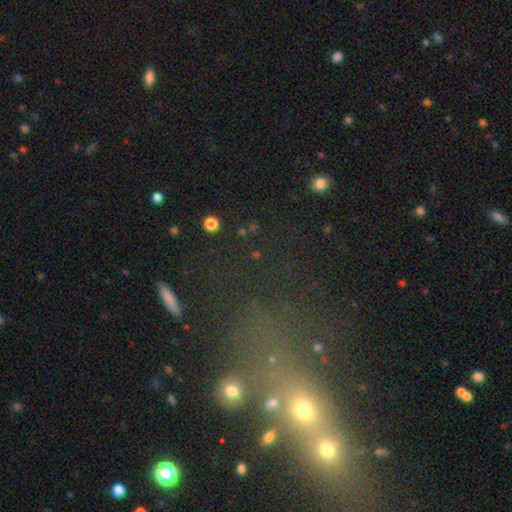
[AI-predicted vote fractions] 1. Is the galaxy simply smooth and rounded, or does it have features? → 46% star or artifact, 34% smooth, 20% featured or disk.